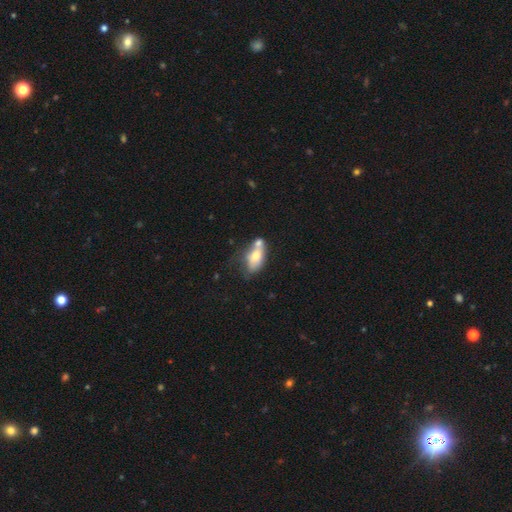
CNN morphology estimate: smooth-or-featured: smooth: 63% | featured or disk: 29% | star or artifact: 8%
  how-rounded: in between: 84% | cigar-shaped: 9% | round: 7%
  merging: merger: 40% | none: 32% | minor disturbance: 18% | major disturbance: 10%